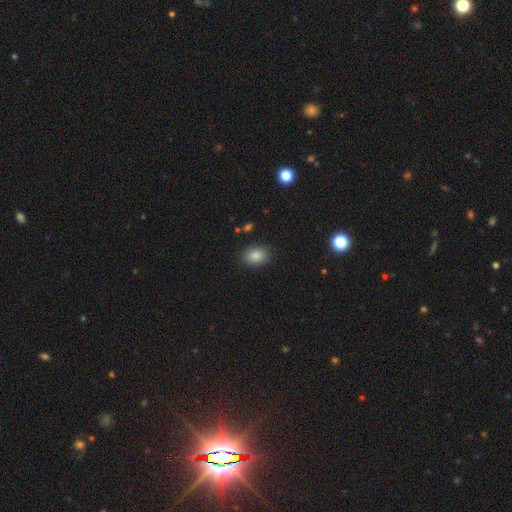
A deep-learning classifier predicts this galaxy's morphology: Smooth or featured: smooth — 86% (star or artifact — 9%)
How rounded: in between — 73% (round — 25%)
Merging: none — 86% (minor disturbance — 10%)